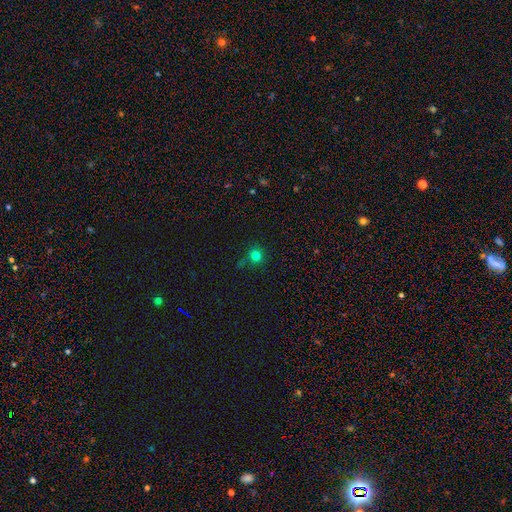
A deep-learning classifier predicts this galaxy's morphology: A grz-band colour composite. It shows a smooth galaxy with no disk features (77%) that is round (91%). Merging: none (77%).